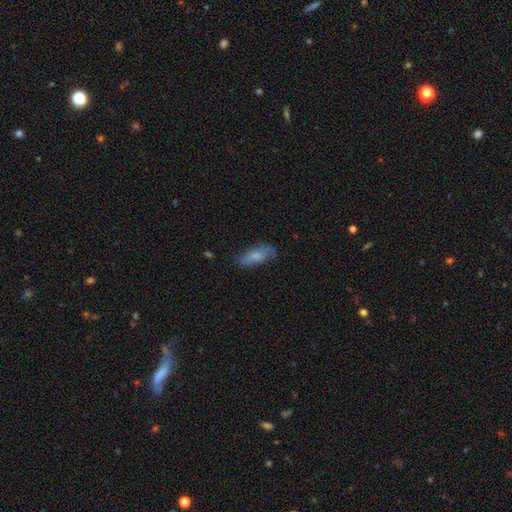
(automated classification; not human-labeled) Smooth or featured? Predicted: smooth (p=0.67). How rounded? Predicted: in between (p=0.76). Merging? Predicted: none (p=0.64).